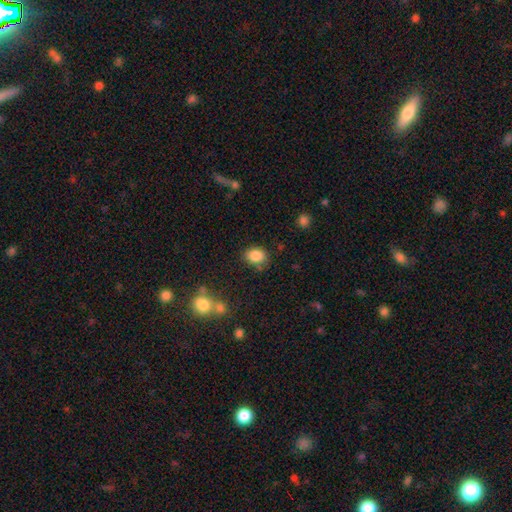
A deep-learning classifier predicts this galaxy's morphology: Smooth or featured? smooth (85%)
How rounded? in between (58%)
Merging? none (75%)